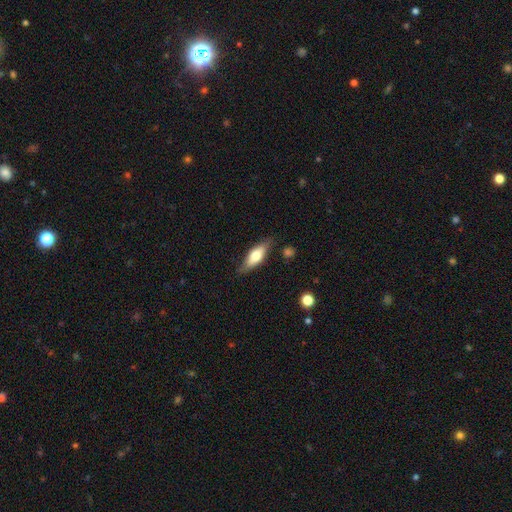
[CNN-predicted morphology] Smooth or featured?
  - smooth: 61% *
  - featured or disk: 33%
  - star or artifact: 6%
How rounded?
  - in between: 61% *
  - cigar-shaped: 36%
  - round: 3%
Merging?
  - none: 78% *
  - minor disturbance: 16%
  - major disturbance: 4%
  - merger: 2%